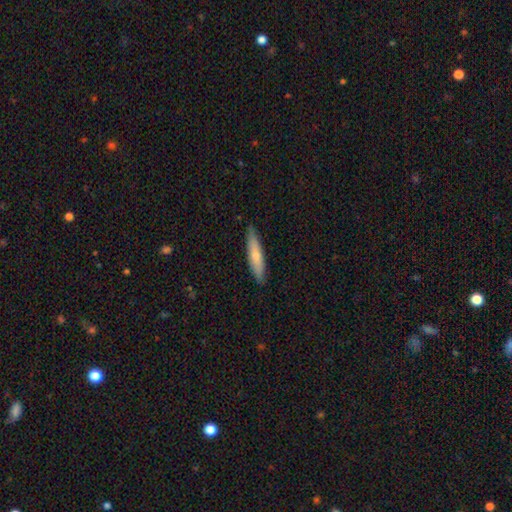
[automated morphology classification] This appears to be a smooth galaxy with no disk features (65%) that is cigar-shaped (84%). Merging: none (87%).